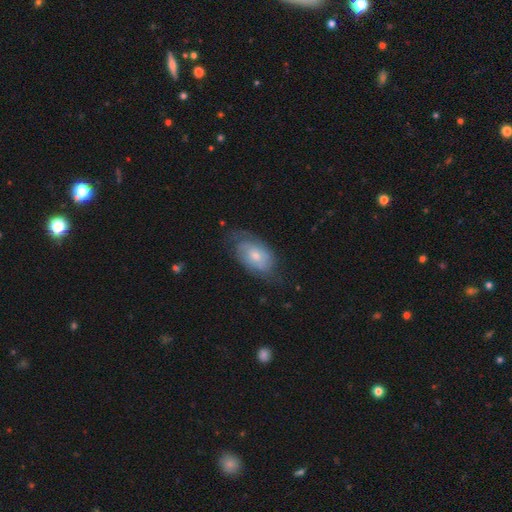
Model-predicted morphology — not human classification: type=featured or disk (63%); edge-on=no (94%); bar=no (74%); spiral arms=yes (84%); bulge=moderate (48%); merging=none (64%).